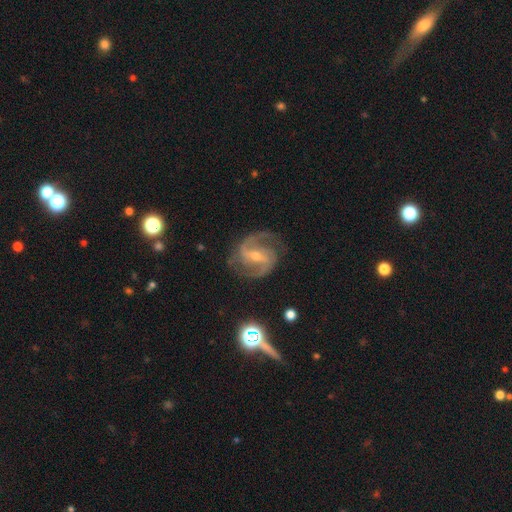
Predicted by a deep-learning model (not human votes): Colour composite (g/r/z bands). It shows a featured or disk galaxy (90%) with a strong bar (46%), 2 (88%) medium (60%) spiral arms (98%) and a small central bulge (57%). Merging: none (80%).